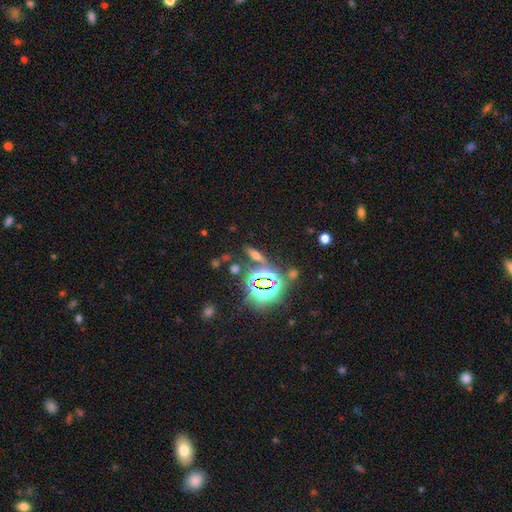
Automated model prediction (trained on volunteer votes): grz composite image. It shows a star or artifact, not a galaxy (41%, tied with smooth).